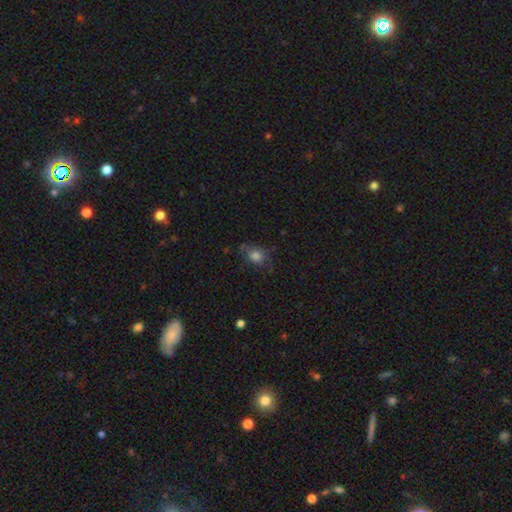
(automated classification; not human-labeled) The model was most divided on "how rounded": in between: 53%, round: 45%, cigar-shaped: 2%. More confident: smooth or featured — smooth (73%); merging — none (57%).